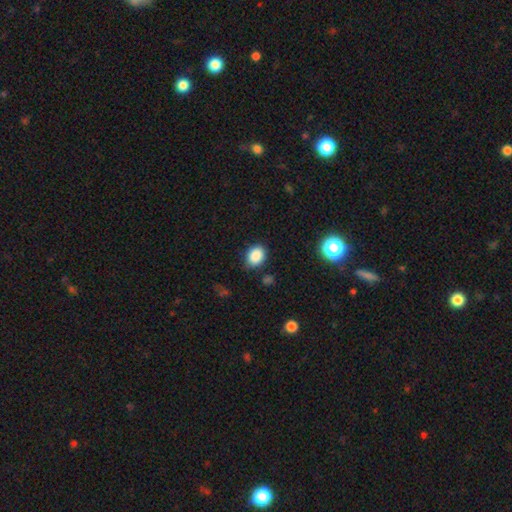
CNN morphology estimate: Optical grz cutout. It shows a smooth galaxy with no disk features (86%) that is in between round and cigar-shaped (55%). Merging: none (82%).